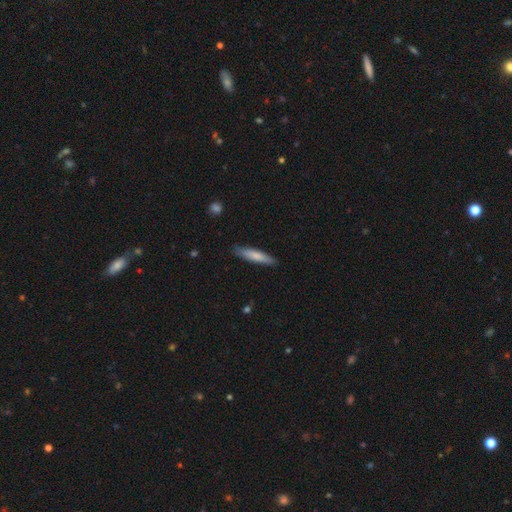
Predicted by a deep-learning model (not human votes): This is likely a smooth galaxy (76%). How rounded: clearly cigar-shaped (85%). Merging: clearly none (86%).